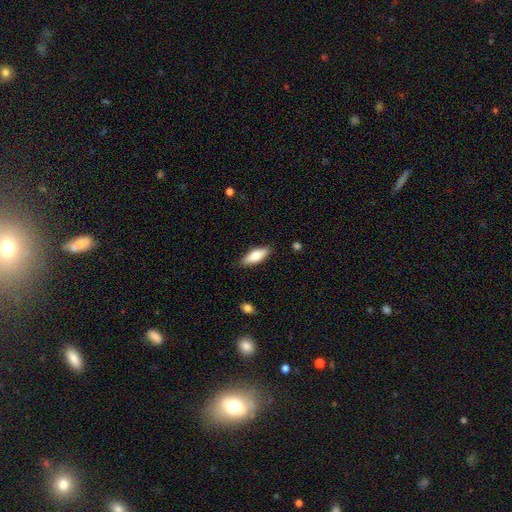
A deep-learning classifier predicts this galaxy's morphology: Smooth or featured? smooth (77%)
How rounded? in between (67%)
Merging? none (86%)